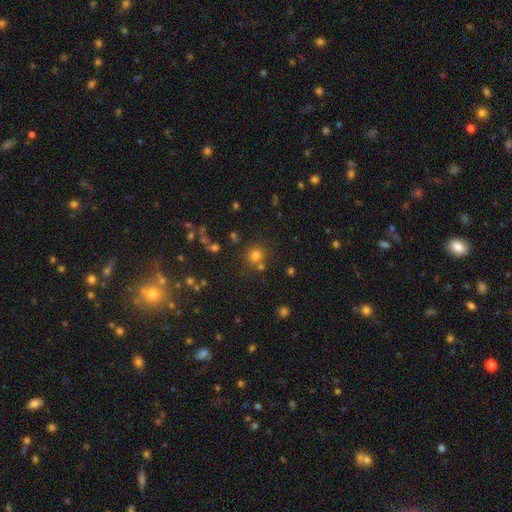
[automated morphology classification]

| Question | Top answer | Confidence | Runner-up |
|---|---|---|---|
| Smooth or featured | smooth | 75% | star or artifact (18%) |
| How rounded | round | 87% | in between (12%) |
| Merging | none | 70% | merger (15%) |